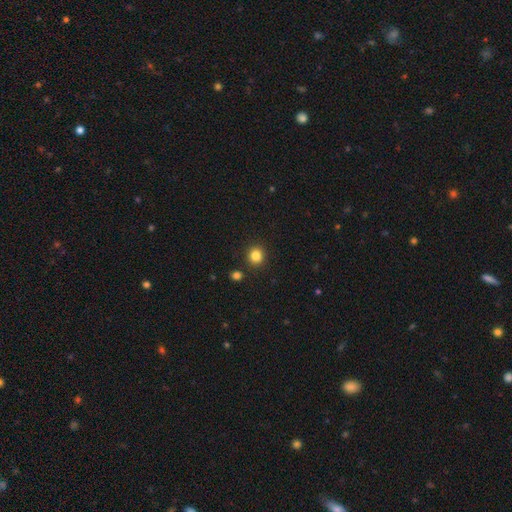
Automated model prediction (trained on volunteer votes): This is clearly a smooth galaxy (84%). How rounded: clearly round (88%). Merging: clearly none (90%).